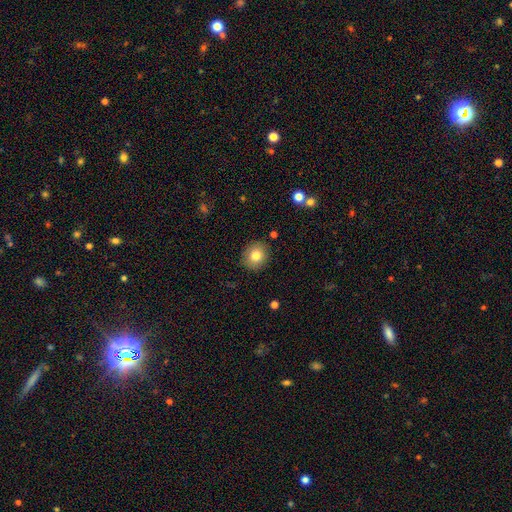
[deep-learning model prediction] Overall: smooth (81%). How rounded: round (81%). Merging: none (89%).